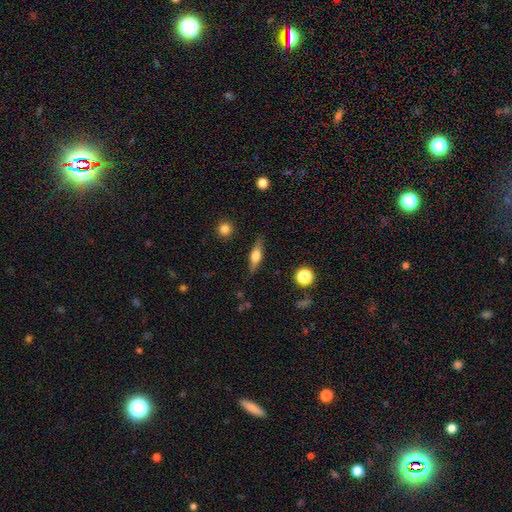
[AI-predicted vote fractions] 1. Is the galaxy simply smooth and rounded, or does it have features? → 48% featured or disk, 45% smooth, 7% star or artifact.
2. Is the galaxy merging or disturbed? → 84% none, 12% minor disturbance, 3% major disturbance, 1% merger.